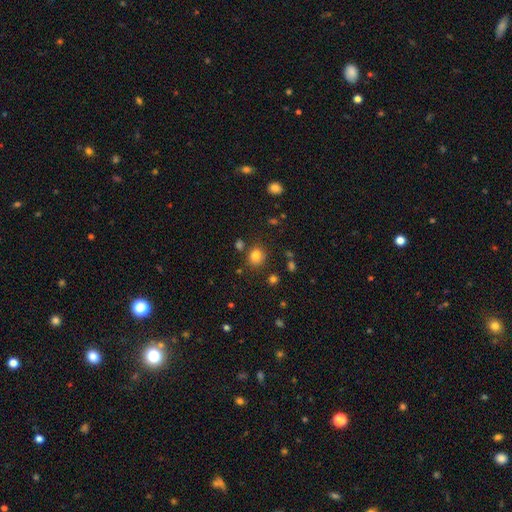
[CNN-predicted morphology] Smooth or featured: smooth — 81% (star or artifact — 13%)
How rounded: round — 66% (in between — 33%)
Merging: none — 79% (minor disturbance — 11%)